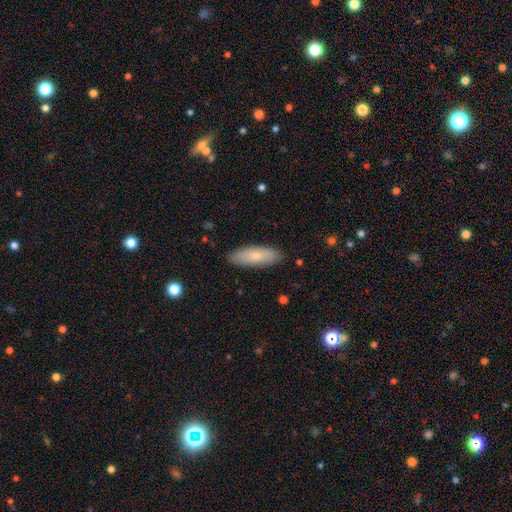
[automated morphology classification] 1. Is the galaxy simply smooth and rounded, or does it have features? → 79% smooth, 15% featured or disk, 6% star or artifact.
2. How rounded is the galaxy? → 57% in between, 41% cigar-shaped, 2% round.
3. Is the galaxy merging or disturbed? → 87% none, 10% minor disturbance, 2% major disturbance, 1% merger.